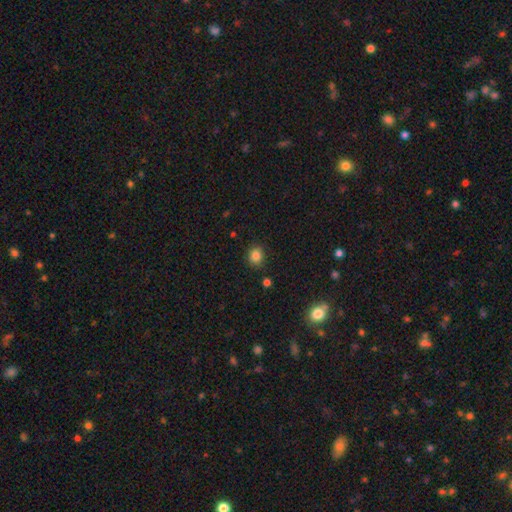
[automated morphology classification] Q: Smooth or featured?
A: smooth (84%); runner-up: star or artifact (12%)
Q: How rounded?
A: round (72%); runner-up: in between (27%)
Q: Merging?
A: none (86%); runner-up: minor disturbance (9%)